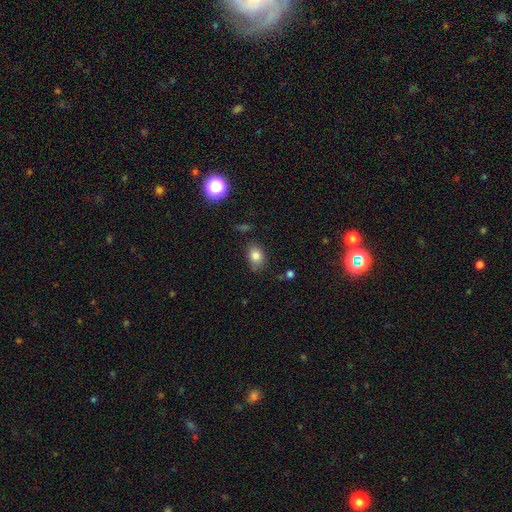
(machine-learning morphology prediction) smooth-or-featured: smooth: 81% | star or artifact: 11% | featured or disk: 8%
  how-rounded: in between: 68% | round: 31% | cigar-shaped: 1%
  merging: none: 73% | minor disturbance: 20% | major disturbance: 4% | merger: 3%